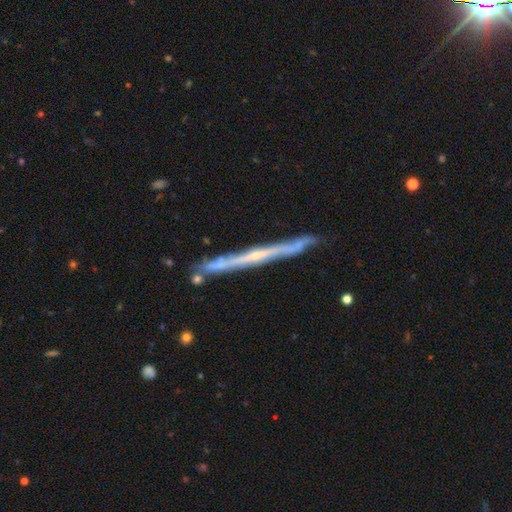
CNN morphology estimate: featured or disk 75%, smooth 19%, star or artifact 6%. Down the decision tree: edge-on disk — yes (96%); edge-on bulge — none (56%); merging — none (84%).